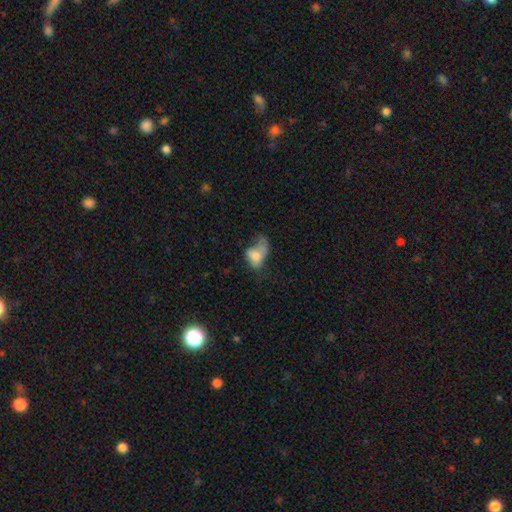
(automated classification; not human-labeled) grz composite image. It shows a smooth galaxy with no disk features (66%) that is in between round and cigar-shaped (85%). Merging: major disturbance (51%).